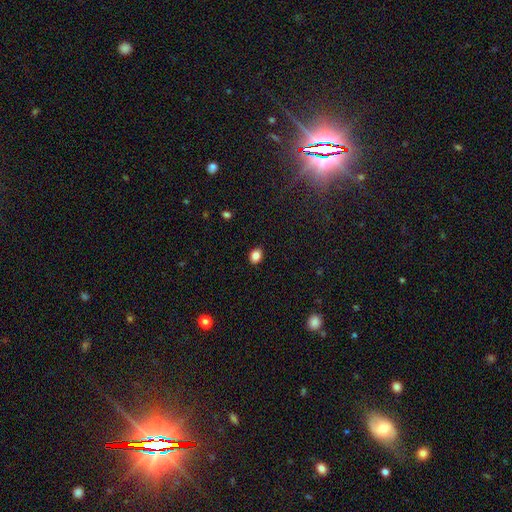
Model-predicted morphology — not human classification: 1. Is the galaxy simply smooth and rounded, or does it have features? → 86% smooth, 10% star or artifact, 4% featured or disk.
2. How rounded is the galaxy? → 64% in between, 35% round, 1% cigar-shaped.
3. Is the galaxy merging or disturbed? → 89% none, 8% minor disturbance, 2% major disturbance, 1% merger.